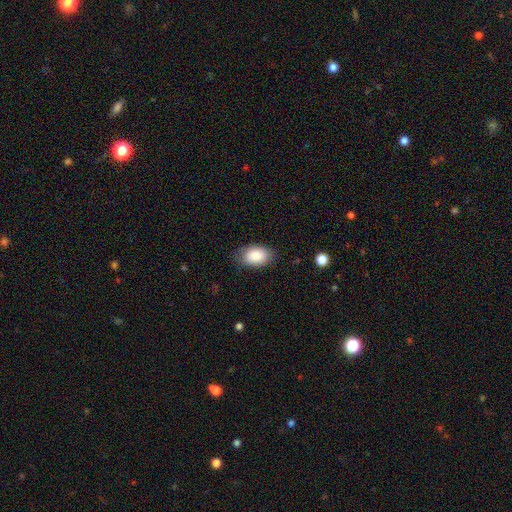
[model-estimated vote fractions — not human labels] Morphology: type=smooth (86%); roundness=in between (90%); merging=none (79%).